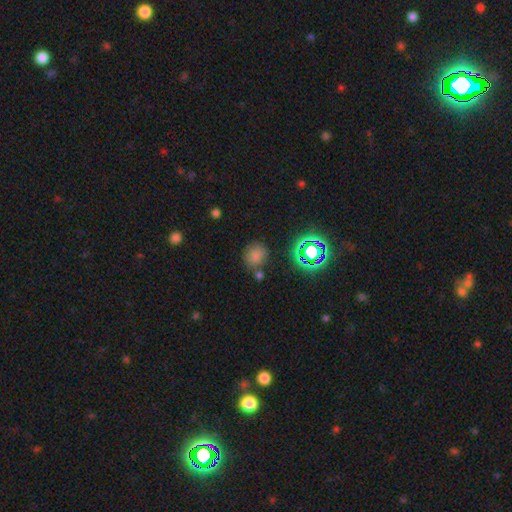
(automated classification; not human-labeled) The model was most divided on "smooth or featured": smooth: 71%, star or artifact: 22%, featured or disk: 7%. More confident: how rounded — round (80%); merging — none (72%).